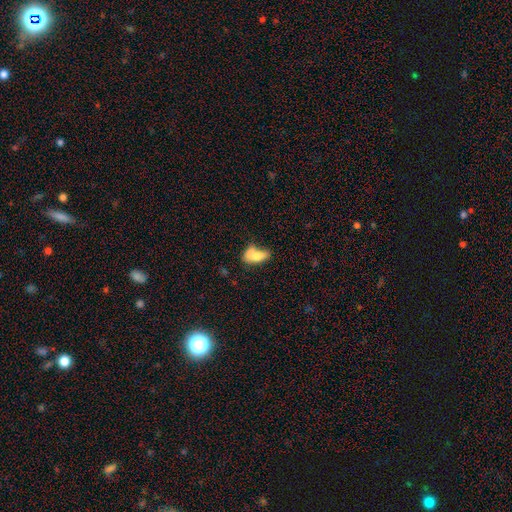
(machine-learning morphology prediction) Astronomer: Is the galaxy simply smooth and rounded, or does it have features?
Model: smooth — 71%.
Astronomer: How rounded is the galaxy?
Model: in between — 85%.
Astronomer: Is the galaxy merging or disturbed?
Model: merger — 39% (runner-up: none, 28%).